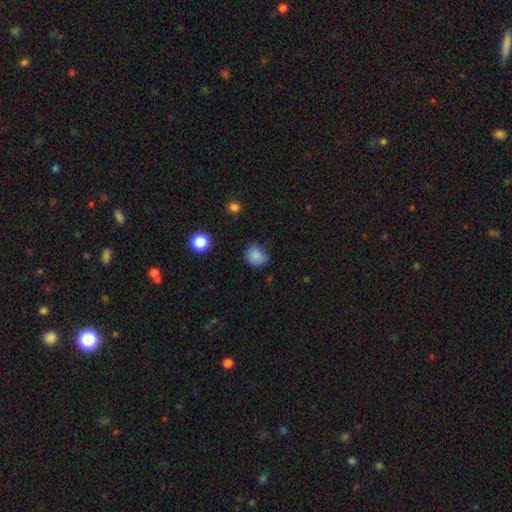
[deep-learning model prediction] Smooth or featured? smooth (84%)
How rounded? round (75%)
Merging? none (64%)